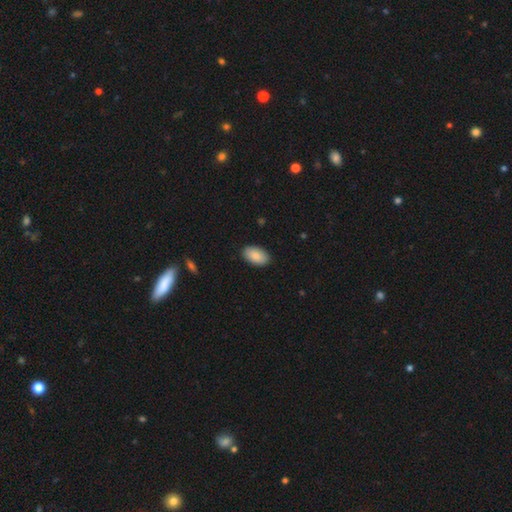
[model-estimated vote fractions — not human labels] A smooth galaxy with no disk features (87%) that is in between round and cigar-shaped (95%). Merging: none (89%).